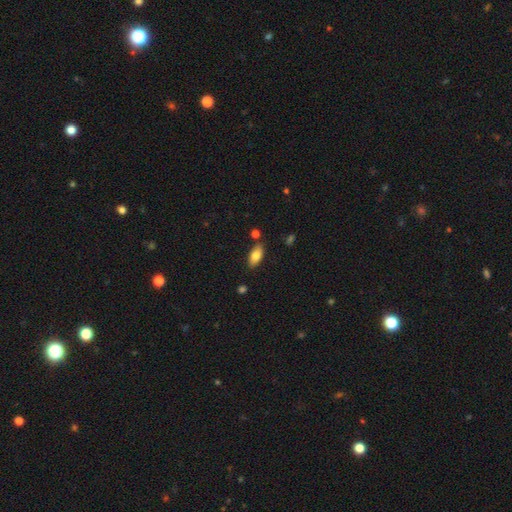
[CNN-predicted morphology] Smooth or featured: smooth — 80% (featured or disk — 13%)
How rounded: in between — 89% (cigar-shaped — 9%)
Merging: none — 83% (minor disturbance — 11%)